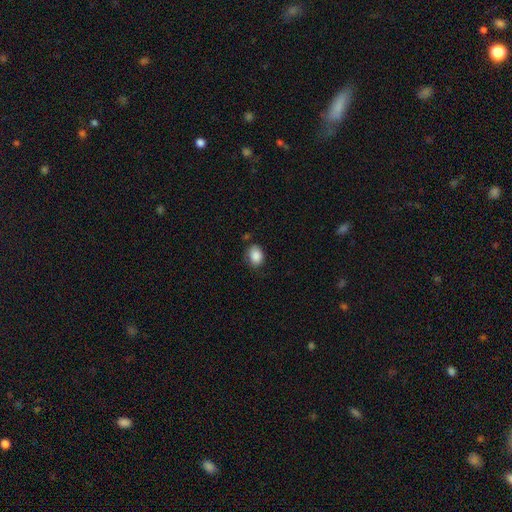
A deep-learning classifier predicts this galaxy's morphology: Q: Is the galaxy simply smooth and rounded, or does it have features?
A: smooth — 87%.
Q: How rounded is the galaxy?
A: in between — 57%.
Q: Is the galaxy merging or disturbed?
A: none — 69%.